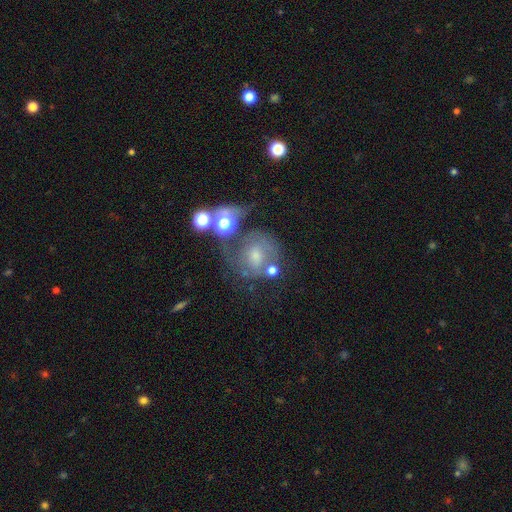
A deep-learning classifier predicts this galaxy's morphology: This appears to be a featured or disk galaxy (61%) with no bar (51%), spiral arms (80%) and a small central bulge (43%). Merging: none (49%).